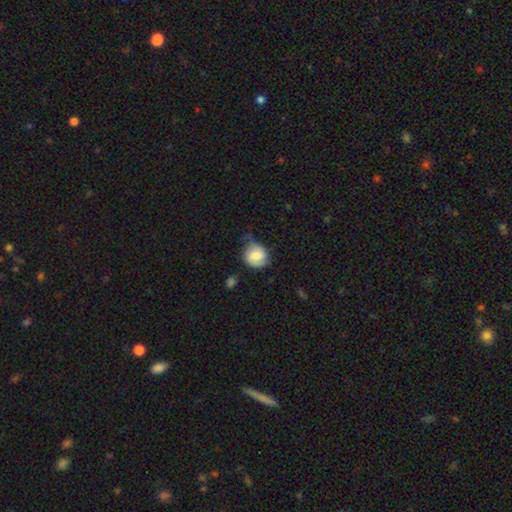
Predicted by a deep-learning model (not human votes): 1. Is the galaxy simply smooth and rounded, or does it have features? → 63% smooth, 30% featured or disk, 7% star or artifact.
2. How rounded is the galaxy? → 70% round, 29% in between, 1% cigar-shaped.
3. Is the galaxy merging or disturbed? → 50% none, 35% minor disturbance, 13% major disturbance, 3% merger.